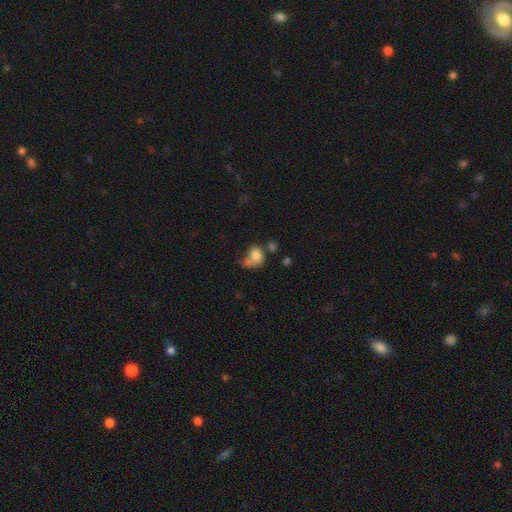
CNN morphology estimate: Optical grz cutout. It shows a smooth galaxy with no disk features (74%) that is round (51%). Merging: merger (30%, tied with none).